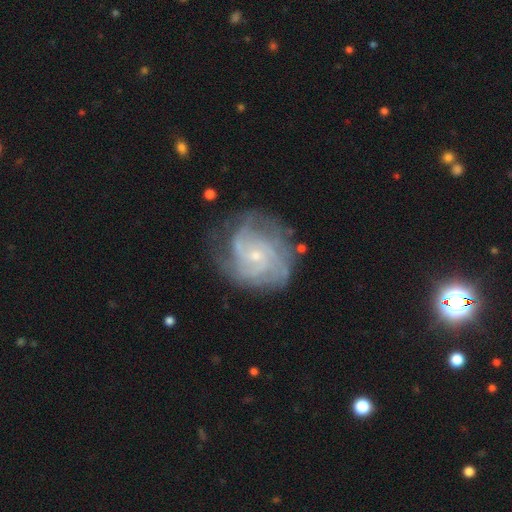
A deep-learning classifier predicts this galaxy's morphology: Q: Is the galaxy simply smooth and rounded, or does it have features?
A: featured or disk — 83%.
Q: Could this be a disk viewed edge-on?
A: no — 98%.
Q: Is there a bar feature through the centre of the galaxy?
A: no — 68%.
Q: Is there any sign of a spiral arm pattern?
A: yes — 95%.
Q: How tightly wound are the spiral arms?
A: tight — 59%.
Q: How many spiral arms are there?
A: can't tell — 34%.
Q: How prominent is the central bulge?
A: small — 76%.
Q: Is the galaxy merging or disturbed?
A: none — 68%.